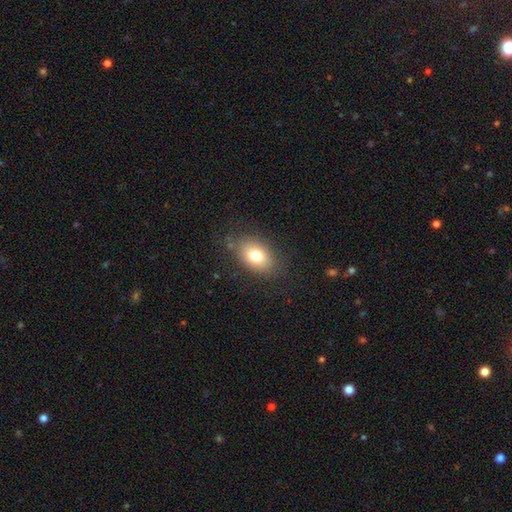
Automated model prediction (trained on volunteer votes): A smooth galaxy with no disk features (77%) that is in between round and cigar-shaped (83%). Merging: none (80%).